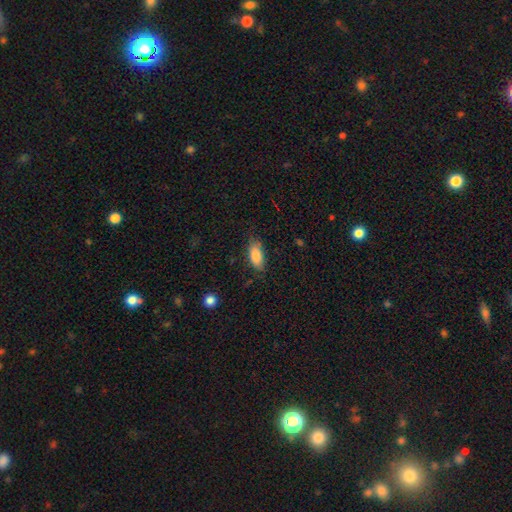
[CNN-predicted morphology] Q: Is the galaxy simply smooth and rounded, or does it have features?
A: smooth — 84%.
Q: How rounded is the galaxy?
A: in between — 86%.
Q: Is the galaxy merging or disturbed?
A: none — 74%.